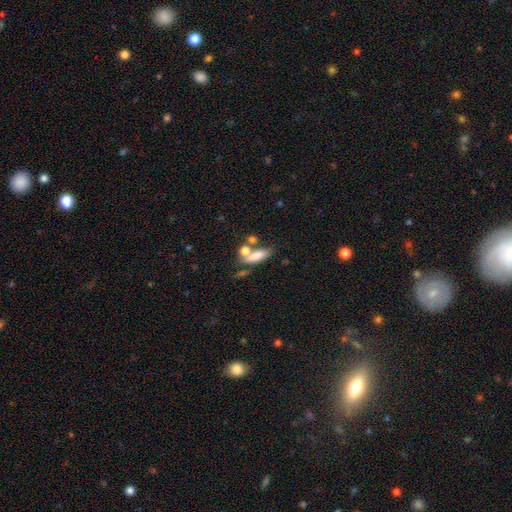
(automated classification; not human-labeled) This appears to be a smooth galaxy with no disk features (72%) that is in between round and cigar-shaped (64%). Merging: none (39%).